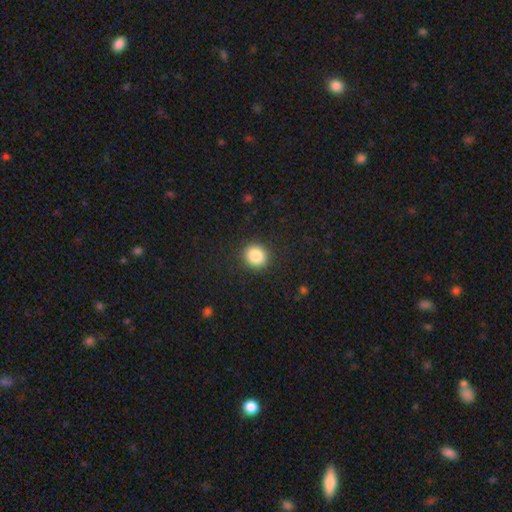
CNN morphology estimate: Smooth or featured? Predicted: smooth (p=0.86). How rounded? Predicted: round (p=0.87). Merging? Predicted: none (p=0.91).